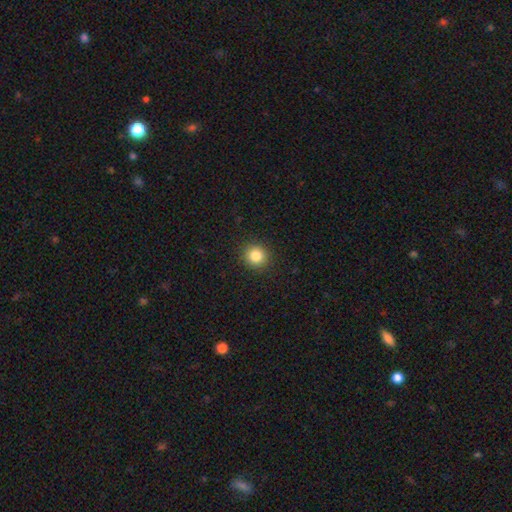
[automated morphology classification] This is clearly a smooth galaxy (83%). How rounded: clearly round (89%). Merging: clearly none (92%).